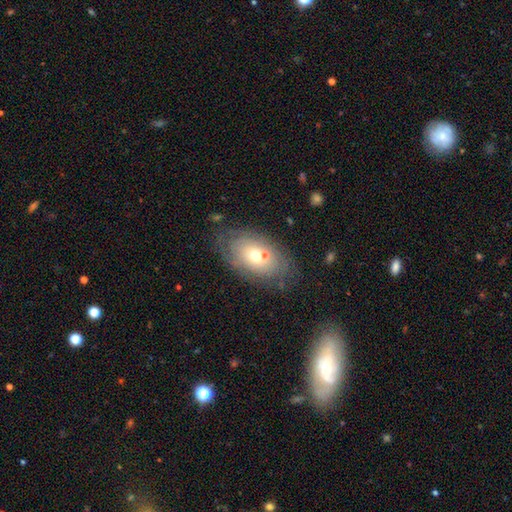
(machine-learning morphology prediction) Q: Smooth or featured?
A: smooth (50%); runner-up: featured or disk (40%)
Q: How rounded?
A: in between (85%); runner-up: round (13%)
Q: Merging?
A: none (62%); runner-up: minor disturbance (17%)